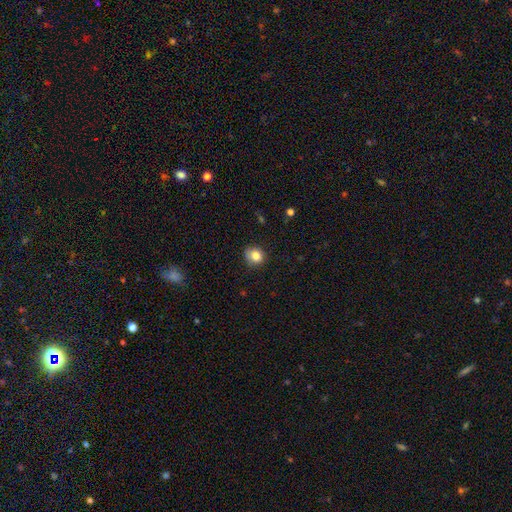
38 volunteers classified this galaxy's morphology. A smooth galaxy with no disk features (84%) that is round (75%). Merging: none (85%).